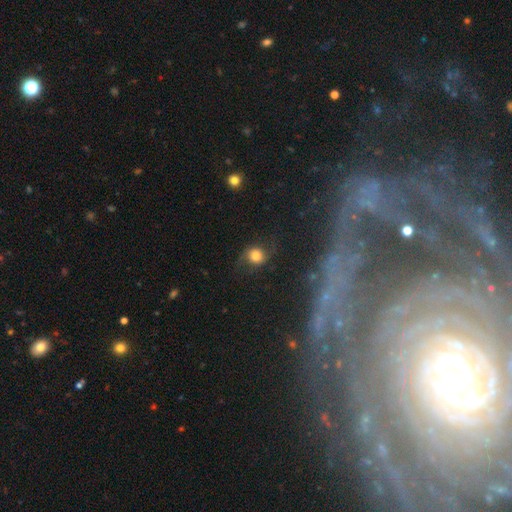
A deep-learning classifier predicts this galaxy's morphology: Smooth or featured? smooth (62%)
How rounded? round (82%)
Merging? none (61%)